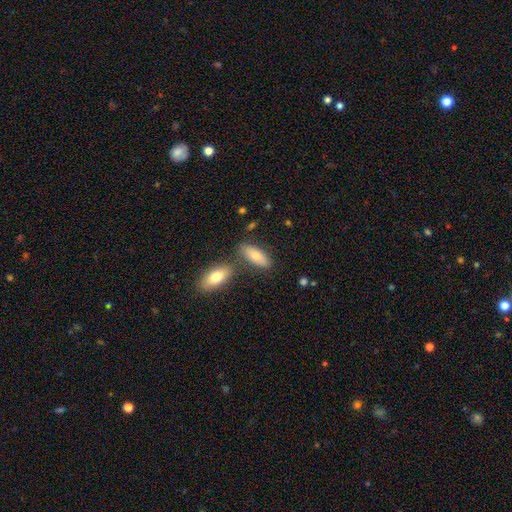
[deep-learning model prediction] This is likely a smooth galaxy (70%). How rounded: likely in between (78%). Merging: likely none (68%).